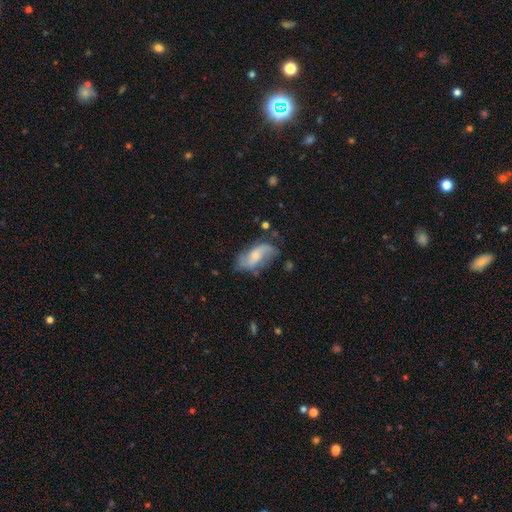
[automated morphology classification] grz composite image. It shows a featured or disk galaxy (66%) with no bar (51%), 2 (84%) loose (61%) spiral arms (89%) and a small central bulge (51%). Merging: none (62%).